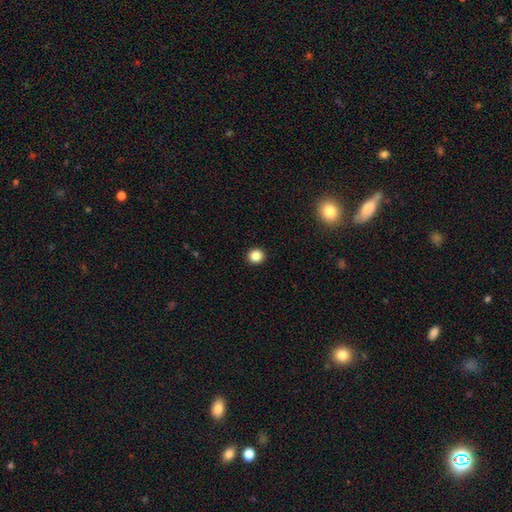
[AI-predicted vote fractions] smooth 86%, star or artifact 11%, featured or disk 3%. Down the decision tree: how rounded — round (89%); merging — none (93%).